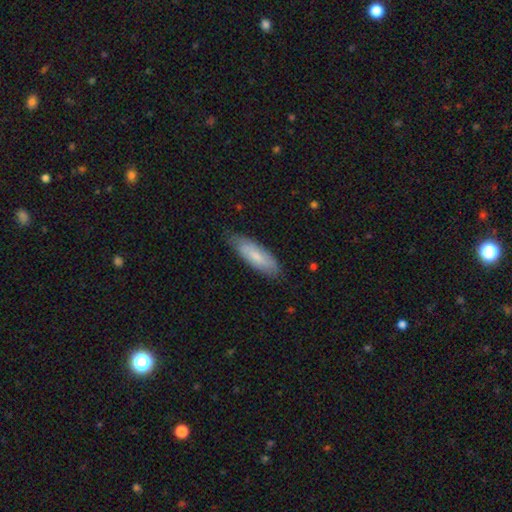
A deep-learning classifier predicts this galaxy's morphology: smooth_or_featured: smooth (p=0.70) [alt: featured or disk p=0.24]
how_rounded: in between (p=0.57) [alt: cigar-shaped p=0.42]
merging: none (p=0.76) [alt: minor disturbance p=0.20]